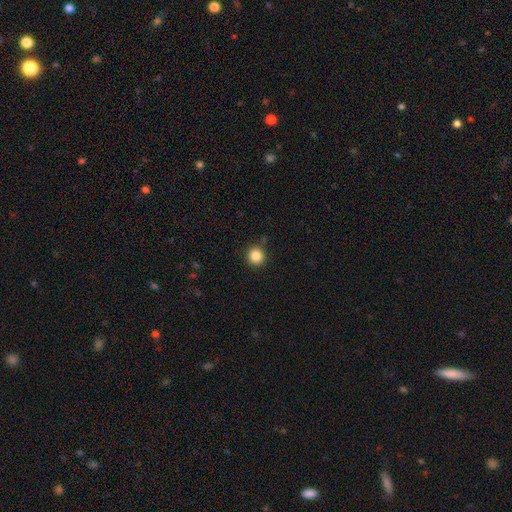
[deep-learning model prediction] smooth_or_featured: smooth (p=0.85) [alt: star or artifact p=0.11]
how_rounded: round (p=0.91) [alt: in between p=0.08]
merging: none (p=0.88) [alt: minor disturbance p=0.08]